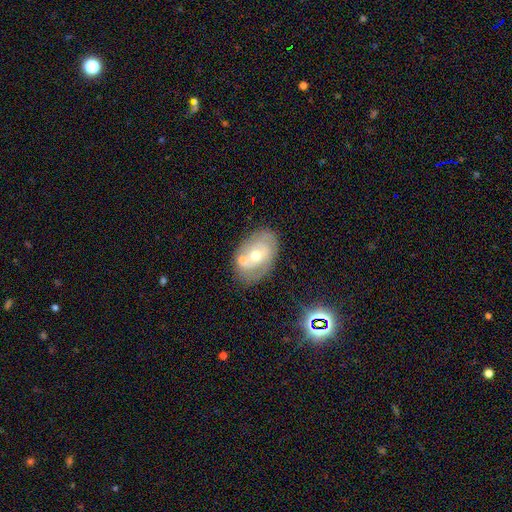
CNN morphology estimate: Smooth or featured: featured or disk — 54% (smooth — 37%)
Edge-on disk: no — 92% (yes — 8%)
Merging: none — 61% (minor disturbance — 17%)